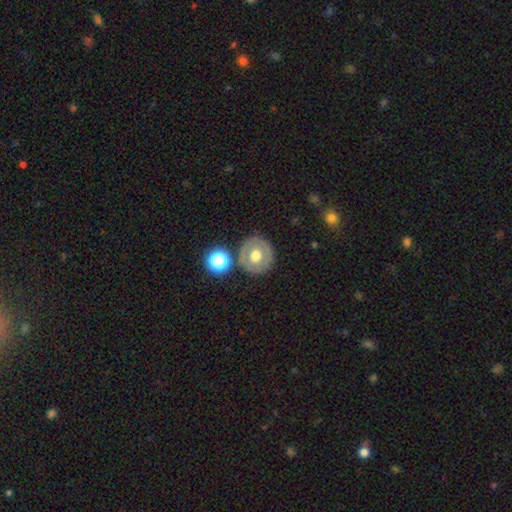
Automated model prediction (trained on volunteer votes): Smooth or featured? Predicted: smooth (p=0.51). How rounded? Predicted: round (p=0.86). Merging? Predicted: none (p=0.80).